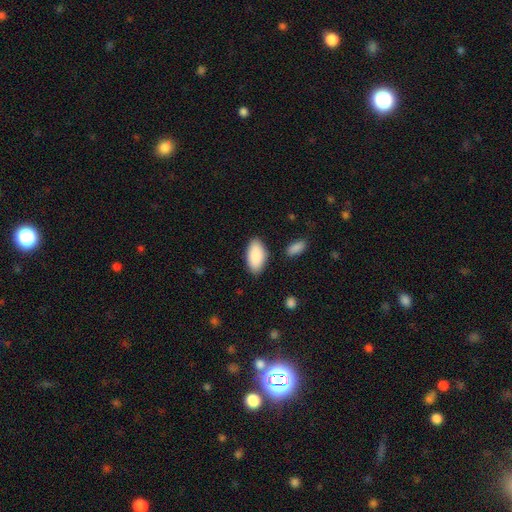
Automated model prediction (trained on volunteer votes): smooth-or-featured: smooth: 89% | star or artifact: 6% | featured or disk: 5%
  how-rounded: in between: 95% | cigar-shaped: 3% | round: 2%
  merging: none: 84% | minor disturbance: 11% | merger: 3% | major disturbance: 3%